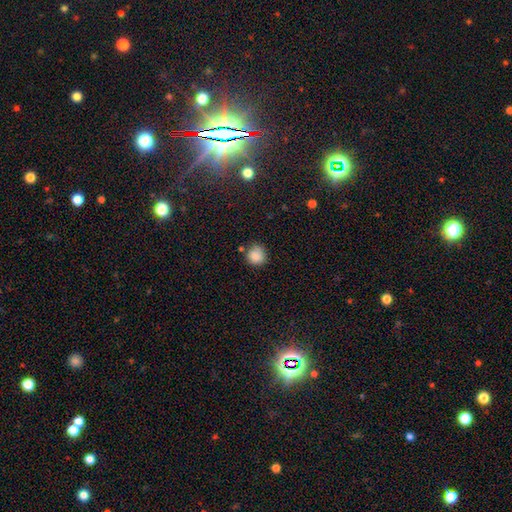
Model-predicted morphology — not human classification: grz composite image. It shows a smooth galaxy with no disk features (85%) that is round (90%). Merging: none (71%).